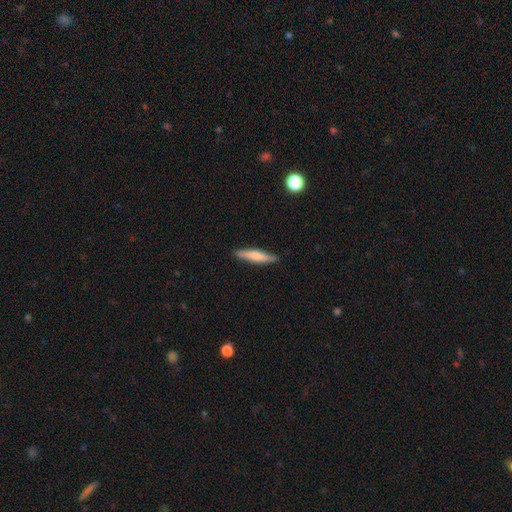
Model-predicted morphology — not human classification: A smooth galaxy with no disk features (68%) that is cigar-shaped (86%). Merging: none (87%).